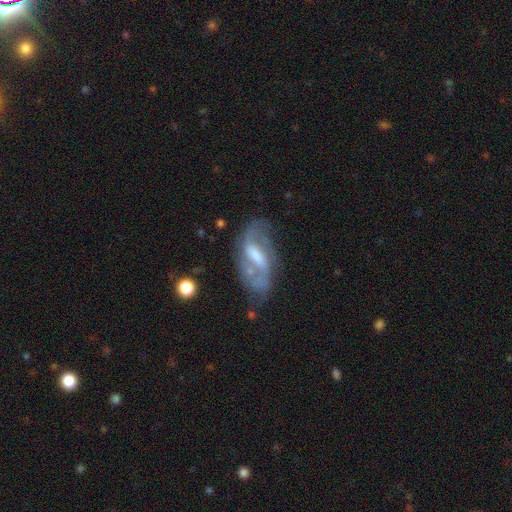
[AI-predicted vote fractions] A featured or disk galaxy (76%) with a weak bar (45%), 2 (68%) medium (42%) spiral arms (82%) and a moderate central bulge (45%). Merging: none (57%).